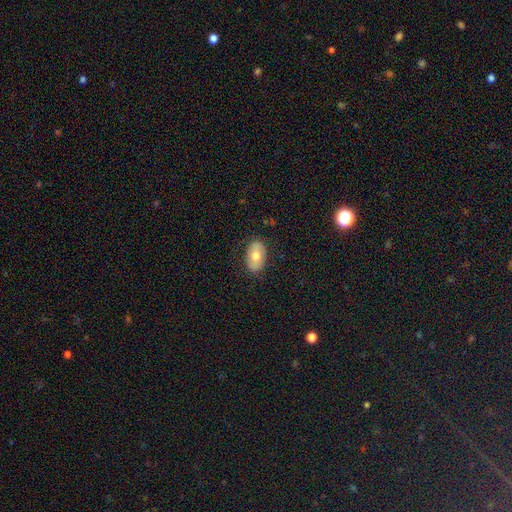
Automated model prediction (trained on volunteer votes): Overall: smooth (68%). How rounded: in between (92%). Merging: none (84%).